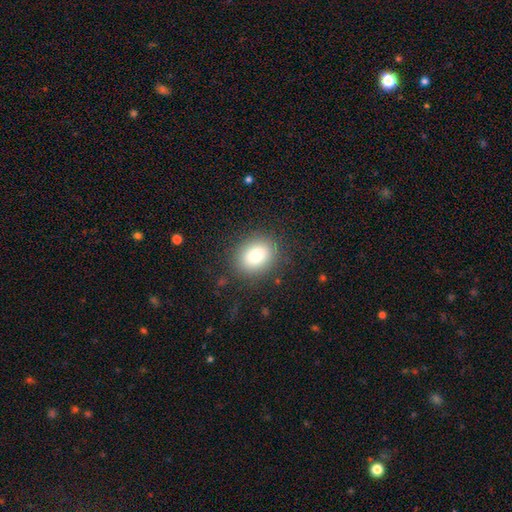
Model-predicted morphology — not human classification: A smooth galaxy with no disk features (83%) that is round (52%).

Vote fractions:
- Smooth or featured? smooth: 83% / star or artifact: 9% / featured or disk: 8%
- How rounded? round: 52% / in between: 47% / cigar-shaped: 1%
- Merging? none: 84% / minor disturbance: 10% / major disturbance: 4% / merger: 1%